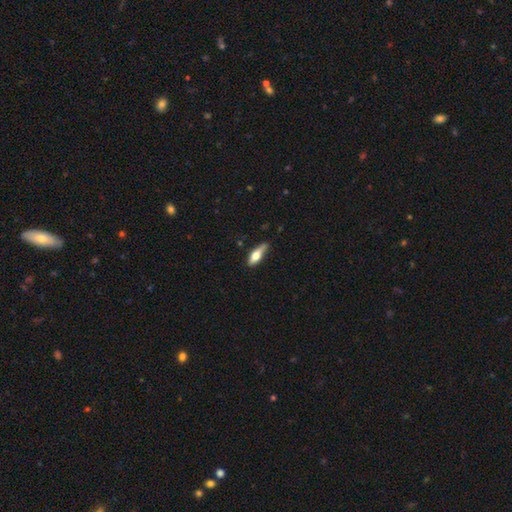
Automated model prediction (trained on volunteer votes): Q: Smooth or featured?
A: smooth (59%); runner-up: featured or disk (35%)
Q: How rounded?
A: in between (52%); runner-up: cigar-shaped (45%)
Q: Merging?
A: none (58%); runner-up: minor disturbance (30%)